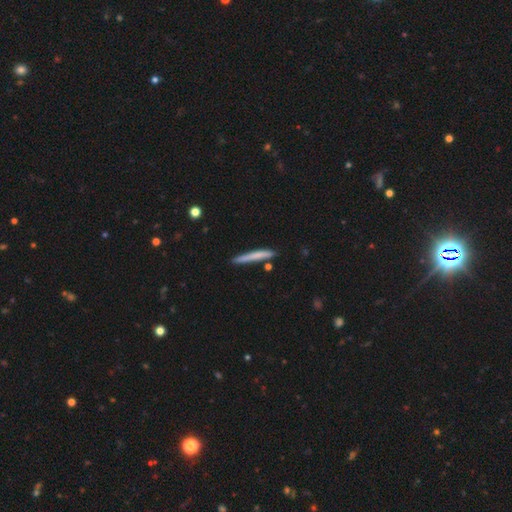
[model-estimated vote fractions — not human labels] Smooth or featured: smooth — 70% (featured or disk — 25%)
How rounded: cigar-shaped — 96% (in between — 3%)
Merging: none — 84% (minor disturbance — 11%)